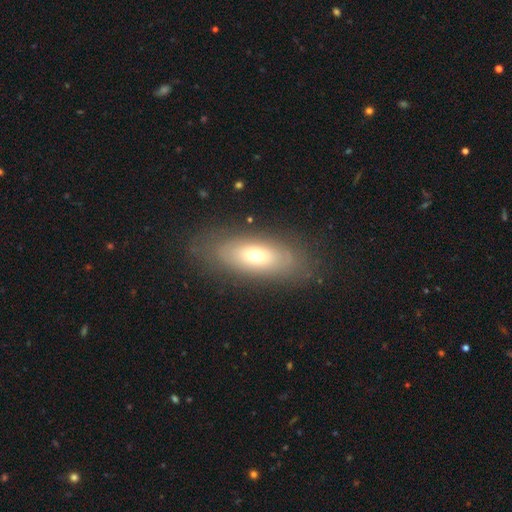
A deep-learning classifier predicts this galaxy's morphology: This is possibly a smooth galaxy (54%). How rounded: likely in between (79%). Merging: likely none (79%).